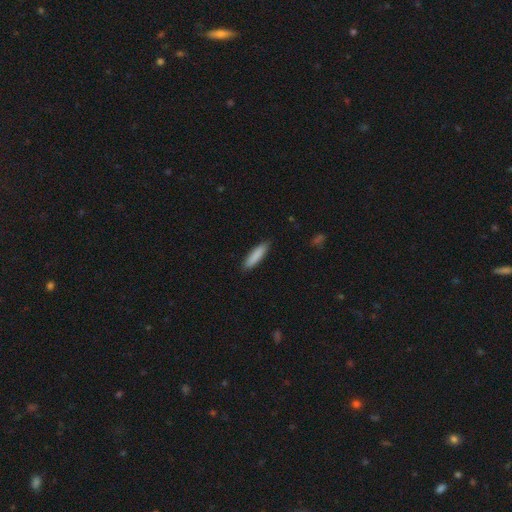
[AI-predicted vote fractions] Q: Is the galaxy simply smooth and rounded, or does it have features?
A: smooth — 87%.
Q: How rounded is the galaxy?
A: cigar-shaped — 77%.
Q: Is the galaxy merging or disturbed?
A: none — 88%.